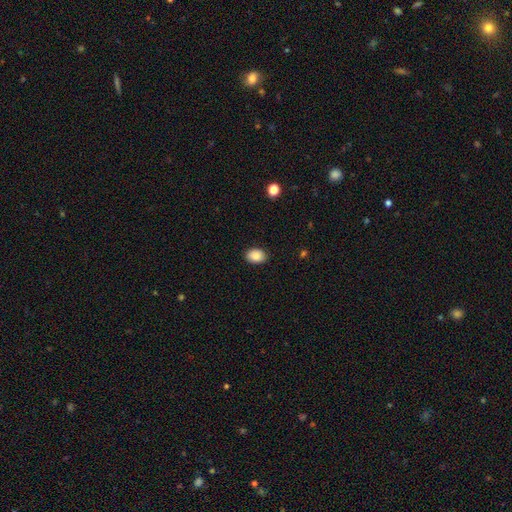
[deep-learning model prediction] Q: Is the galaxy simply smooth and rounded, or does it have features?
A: smooth — 88%.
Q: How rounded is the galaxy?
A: in between — 77%.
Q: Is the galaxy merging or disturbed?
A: none — 88%.